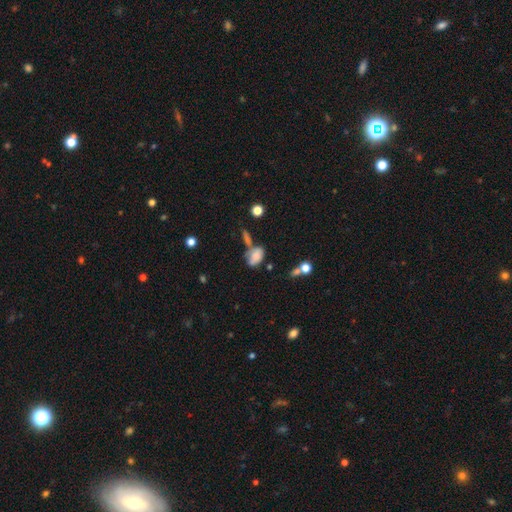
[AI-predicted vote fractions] A smooth galaxy with no disk features (73%) that is in between round and cigar-shaped (87%). Merging: merger (35%).